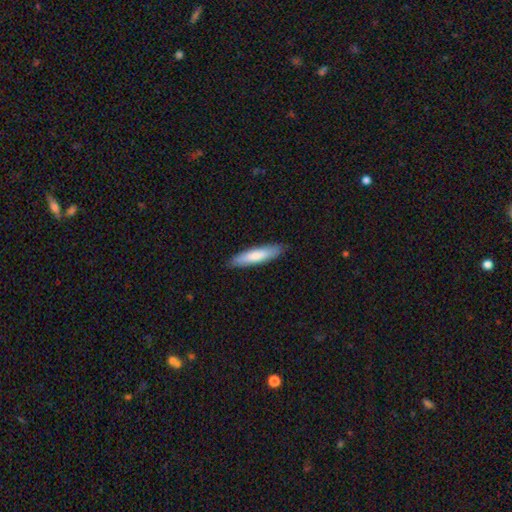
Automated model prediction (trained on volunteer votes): Smooth or featured? Predicted: smooth (p=0.76). How rounded? Predicted: cigar-shaped (p=0.79). Merging? Predicted: none (p=0.88).